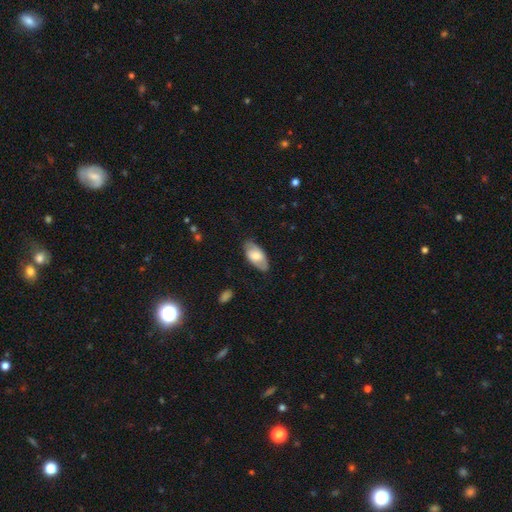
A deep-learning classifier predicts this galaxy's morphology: Overall: smooth (61%; featured or disk 33%). How rounded: in between (93%). Merging: none (78%).